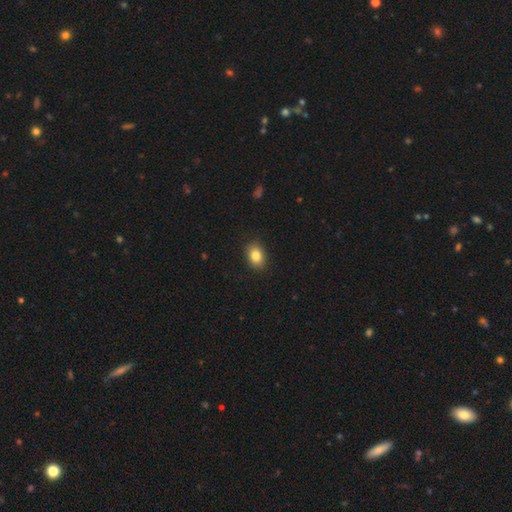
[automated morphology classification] Q: Smooth or featured?
A: smooth (84%); runner-up: star or artifact (9%)
Q: How rounded?
A: in between (72%); runner-up: round (27%)
Q: Merging?
A: none (89%); runner-up: minor disturbance (8%)